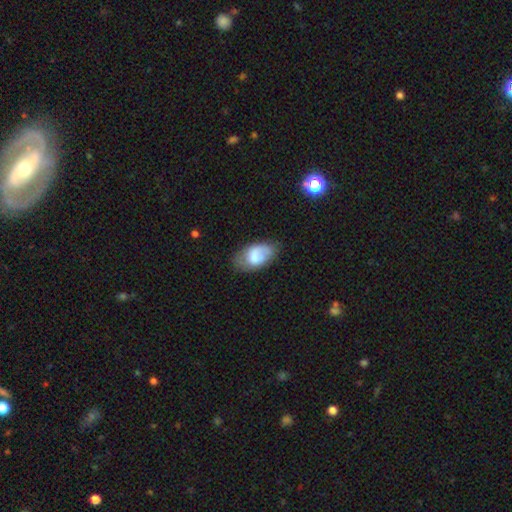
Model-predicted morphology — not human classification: smooth 71%, featured or disk 22%, star or artifact 7%. Down the decision tree: how rounded — in between (93%); merging — none (57%).